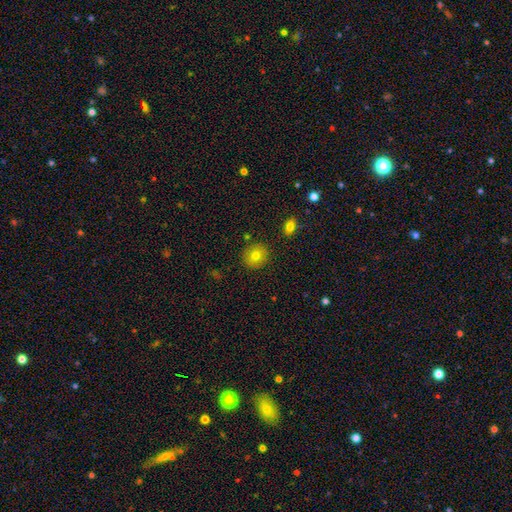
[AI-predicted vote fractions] smooth_or_featured: smooth (p=0.78) [alt: featured or disk p=0.11]
how_rounded: round (p=0.85) [alt: in between p=0.14]
merging: none (p=0.88) [alt: minor disturbance p=0.07]